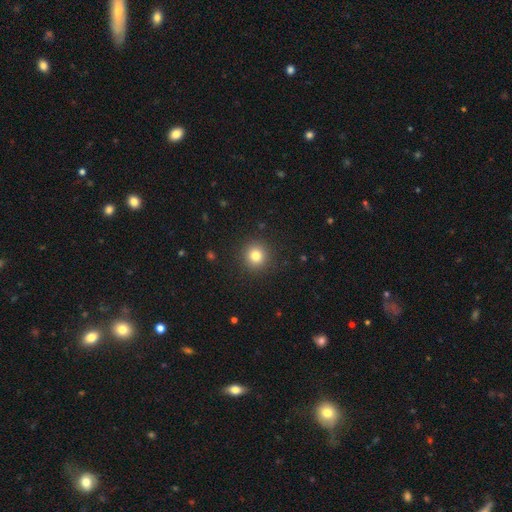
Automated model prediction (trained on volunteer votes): Smooth or featured: smooth — 81% (star or artifact — 12%)
How rounded: round — 93% (in between — 6%)
Merging: none — 91% (minor disturbance — 6%)